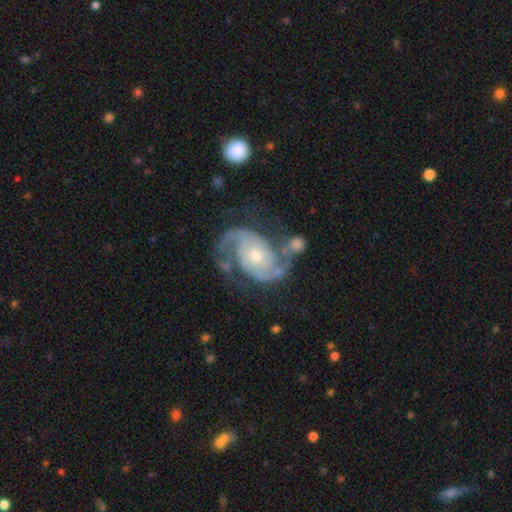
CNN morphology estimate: type=featured or disk (92%); edge-on=no (98%); bar=no (68%); spiral arms=yes (98%); winding=medium (52%); arm count=2 (90%); bulge=moderate (51%); merging=none (59%).